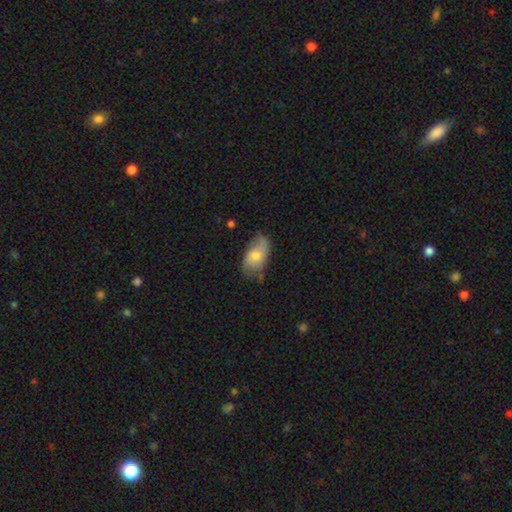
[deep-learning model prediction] This appears to be a smooth galaxy with no disk features (63%) that is in between round and cigar-shaped (92%). Merging: none (50%).